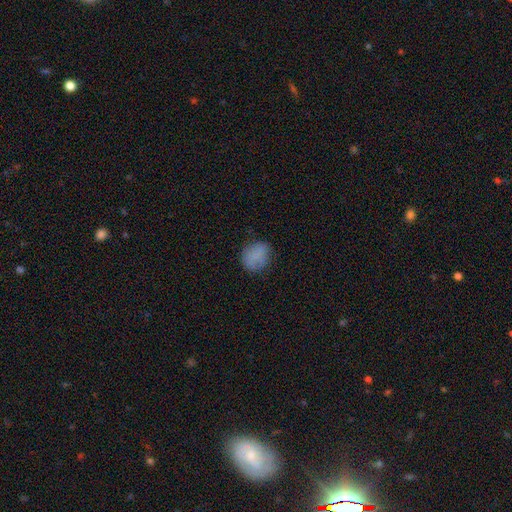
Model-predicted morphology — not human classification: This appears to be a smooth galaxy with no disk features (81%) that is round (69%). Merging: none (74%).